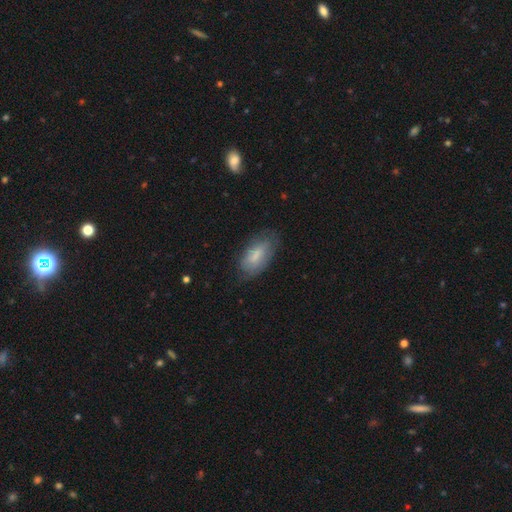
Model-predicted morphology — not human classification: A smooth galaxy with no disk features (70%) that is in between round and cigar-shaped (90%).

Vote fractions:
- Smooth or featured? smooth: 70% / featured or disk: 23% / star or artifact: 7%
- How rounded? in between: 90% / cigar-shaped: 8% / round: 3%
- Merging? none: 69% / minor disturbance: 23% / major disturbance: 7% / merger: 1%